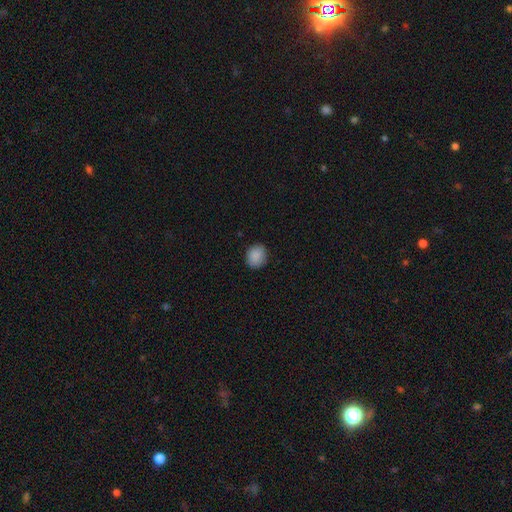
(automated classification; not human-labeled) This is clearly a smooth galaxy (88%). How rounded: likely round (72%). Merging: clearly none (87%).